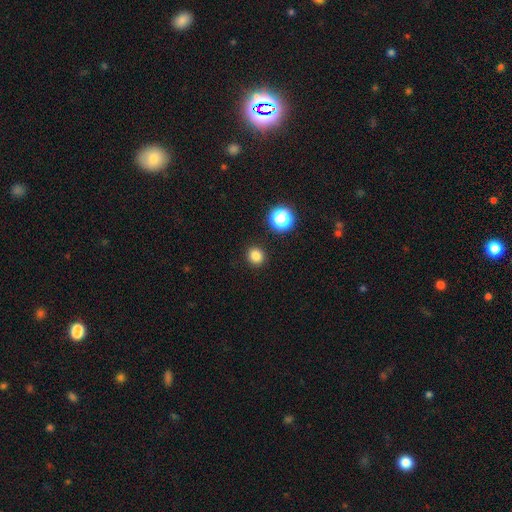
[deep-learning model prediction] Q: Smooth or featured?
A: smooth (82%); runner-up: star or artifact (14%)
Q: How rounded?
A: round (88%); runner-up: in between (11%)
Q: Merging?
A: none (91%); runner-up: minor disturbance (5%)